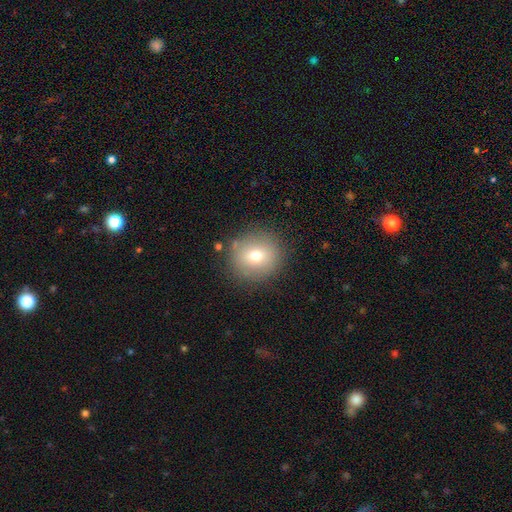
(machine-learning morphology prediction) A smooth galaxy with no disk features (71%) that is round (89%). Merging: none (87%).